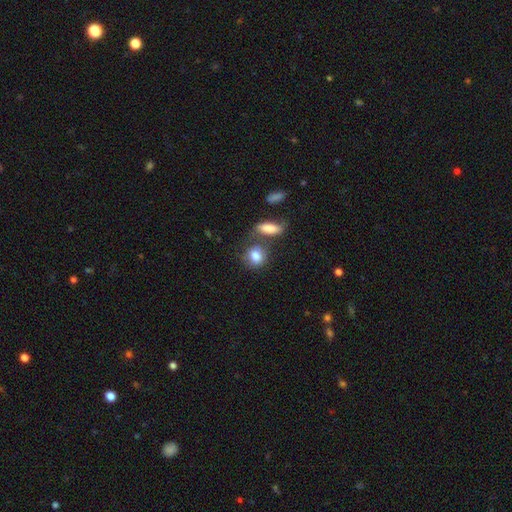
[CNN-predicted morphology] Smooth or featured? Predicted: smooth (p=0.82). How rounded? Predicted: round (p=0.53). Merging? Predicted: none (p=0.51).